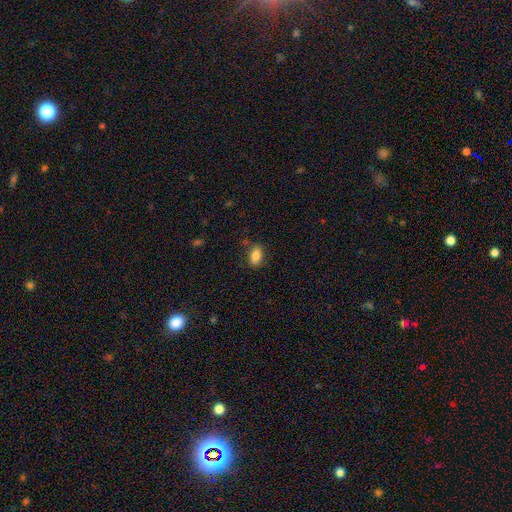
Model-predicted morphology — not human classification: smooth-or-featured: smooth: 83% | featured or disk: 9% | star or artifact: 8%
  how-rounded: in between: 86% | round: 9% | cigar-shaped: 5%
  merging: none: 78% | minor disturbance: 16% | major disturbance: 4% | merger: 2%